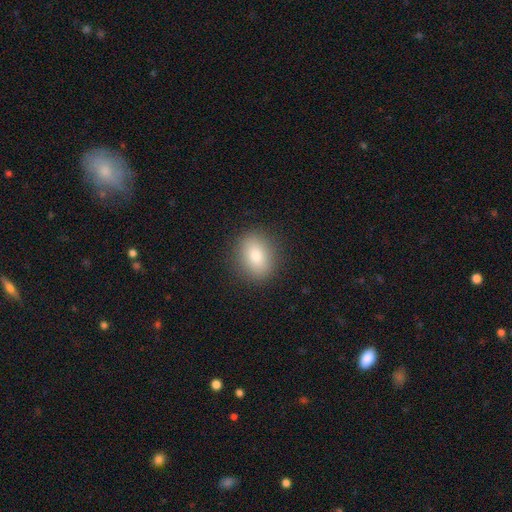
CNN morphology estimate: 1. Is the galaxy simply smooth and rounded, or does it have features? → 80% smooth, 10% featured or disk, 10% star or artifact.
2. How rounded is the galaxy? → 51% in between, 47% round, 2% cigar-shaped.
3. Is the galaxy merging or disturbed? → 89% none, 7% minor disturbance, 2% major disturbance, 1% merger.